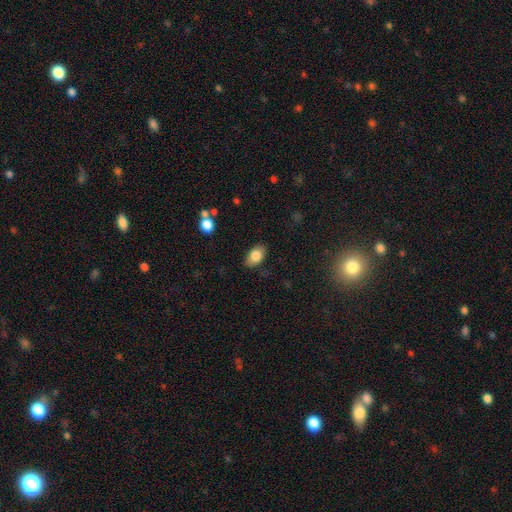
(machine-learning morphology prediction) Smooth or featured?
  - smooth: 81% *
  - featured or disk: 11%
  - star or artifact: 8%
How rounded?
  - in between: 91% *
  - round: 8%
  - cigar-shaped: 2%
Merging?
  - none: 85% *
  - minor disturbance: 12%
  - major disturbance: 3%
  - merger: 1%